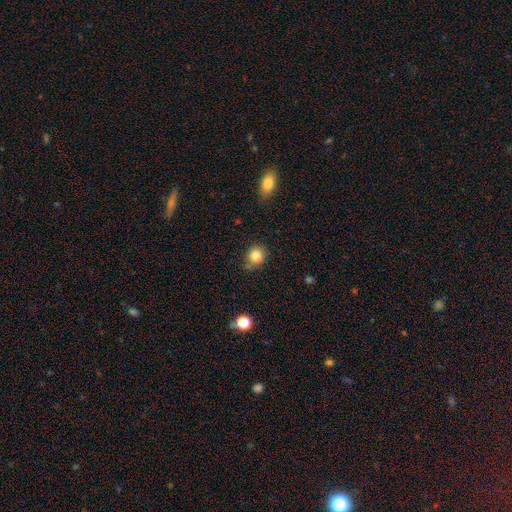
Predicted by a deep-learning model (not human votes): smooth_or_featured: smooth (p=0.83) [alt: star or artifact p=0.11]
how_rounded: round (p=0.79) [alt: in between p=0.21]
merging: none (p=0.72) [alt: minor disturbance p=0.19]